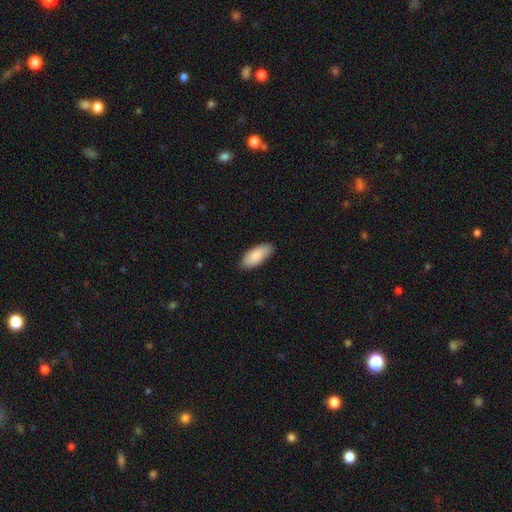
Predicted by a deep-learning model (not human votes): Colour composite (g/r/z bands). It shows a smooth galaxy with no disk features (87%) that is in between round and cigar-shaped (89%). Merging: none (86%).